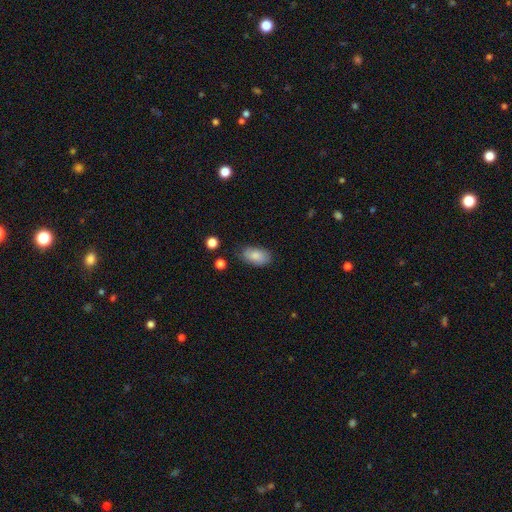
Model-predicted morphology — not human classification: This is clearly a smooth galaxy (82%). How rounded: clearly in between (92%). Merging: likely none (75%).